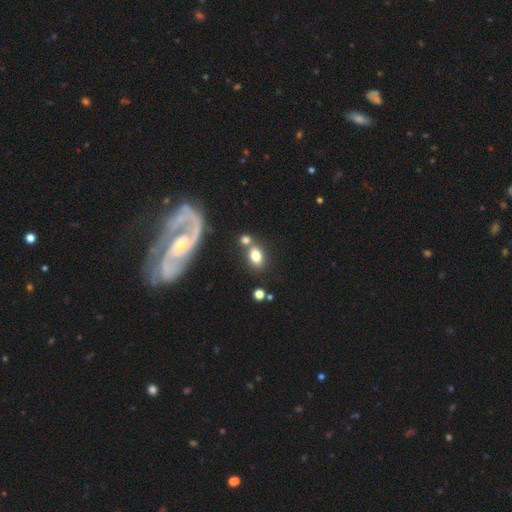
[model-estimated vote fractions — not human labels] The model was most divided on "merging": none: 57%, merger: 24%, minor disturbance: 13%, major disturbance: 6%. More confident: how rounded — in between (74%); smooth or featured — smooth (74%).